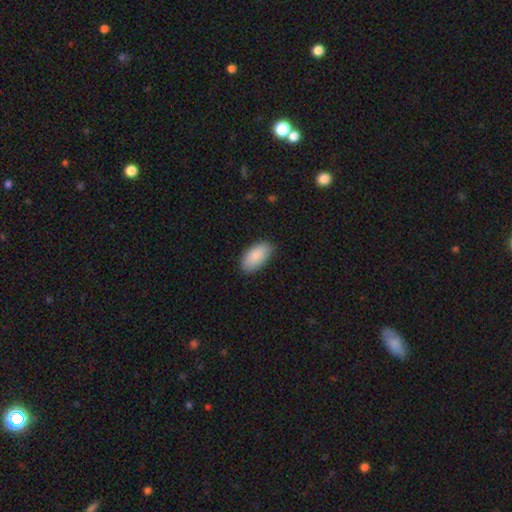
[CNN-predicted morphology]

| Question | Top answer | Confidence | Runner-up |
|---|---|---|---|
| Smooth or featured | smooth | 88% | star or artifact (6%) |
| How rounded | in between | 94% | cigar-shaped (3%) |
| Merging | none | 84% | minor disturbance (13%) |